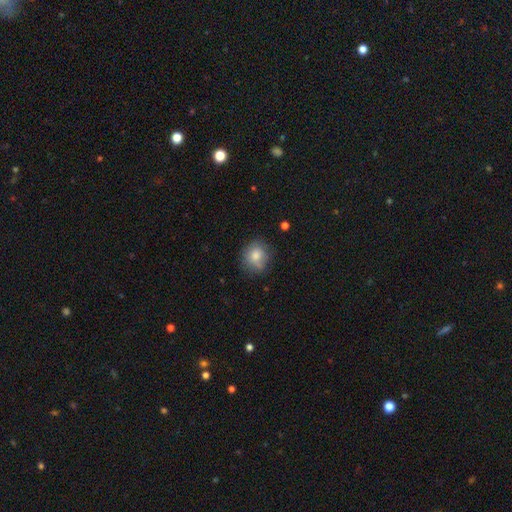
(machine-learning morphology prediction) Q: Smooth or featured?
A: smooth (78%); runner-up: featured or disk (12%)
Q: How rounded?
A: round (78%); runner-up: in between (21%)
Q: Merging?
A: none (66%); runner-up: minor disturbance (22%)